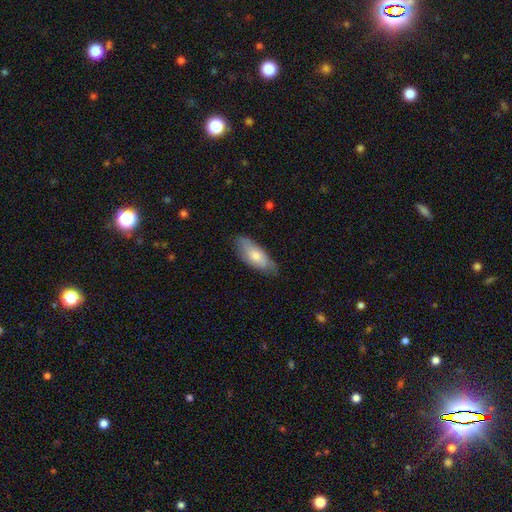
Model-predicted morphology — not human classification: A smooth galaxy with no disk features (68%) that is in between round and cigar-shaped (80%).

Vote fractions:
- Smooth or featured? smooth: 68% / featured or disk: 26% / star or artifact: 6%
- How rounded? in between: 80% / cigar-shaped: 18% / round: 2%
- Merging? none: 72% / minor disturbance: 23% / major disturbance: 4% / merger: 1%